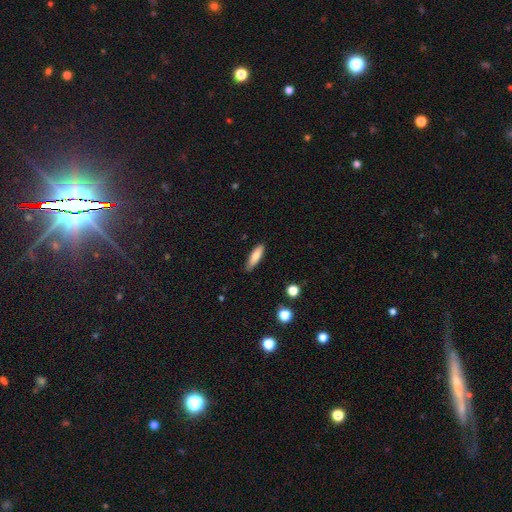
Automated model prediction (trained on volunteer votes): Morphology: type=smooth (81%); roundness=cigar-shaped (59%); merging=none (83%).